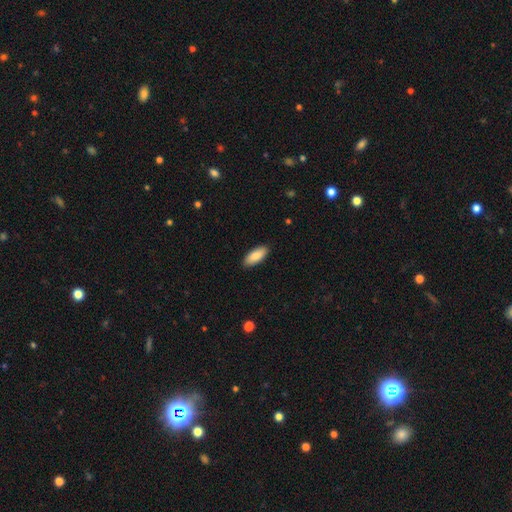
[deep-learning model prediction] Smooth or featured? smooth (87%)
How rounded? in between (82%)
Merging? none (89%)